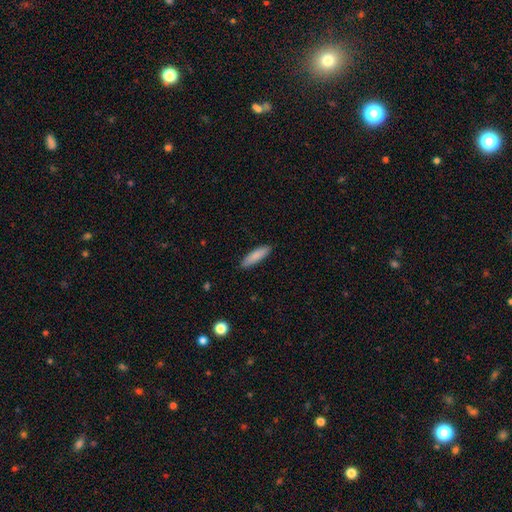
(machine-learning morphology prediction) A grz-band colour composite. It shows a smooth galaxy with no disk features (87%) that is cigar-shaped (67%). Merging: none (88%).